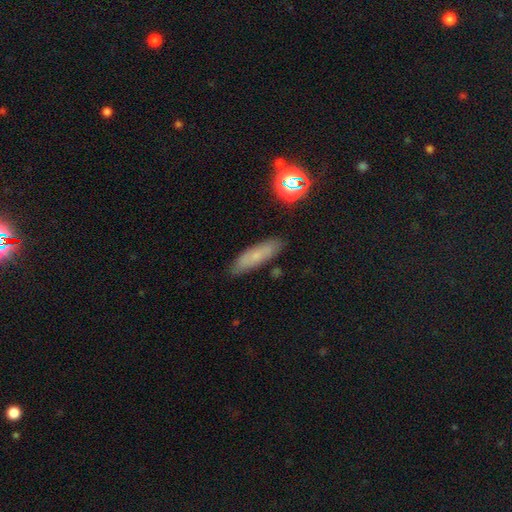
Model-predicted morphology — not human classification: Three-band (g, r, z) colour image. It shows a smooth galaxy with no disk features (65%) that is cigar-shaped (63%). Merging: none (83%).